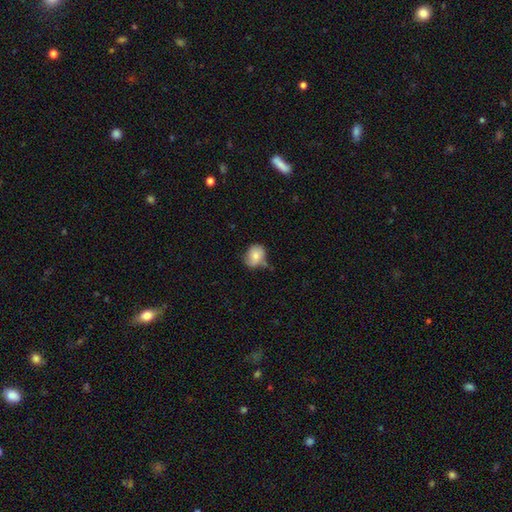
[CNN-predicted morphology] This is likely a smooth galaxy (76%). How rounded: possibly round (54%). Merging: possibly none (48%).